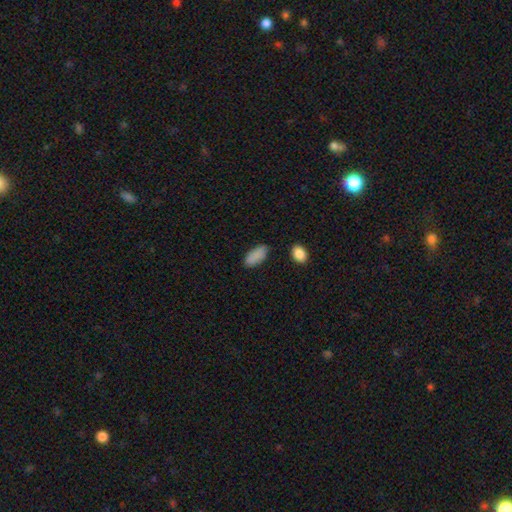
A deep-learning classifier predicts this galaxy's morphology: Overall: smooth (87%). How rounded: in between (91%). Merging: none (75%).